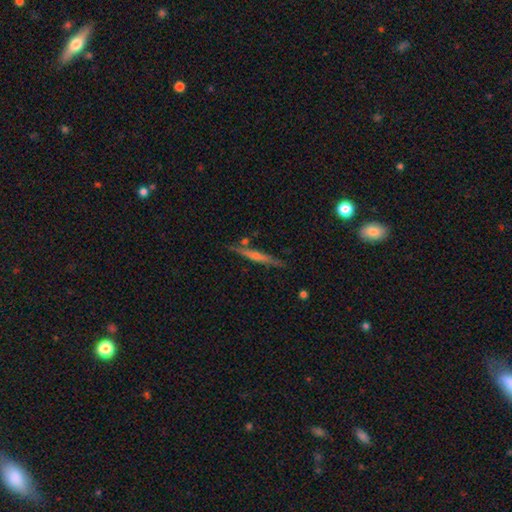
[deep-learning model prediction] The model was most divided on "edge-on bulge": rounded: 53%, none: 40%, boxy: 7%. More confident: edge-on disk — yes (96%); merging — none (83%); smooth or featured — featured or disk (61%).